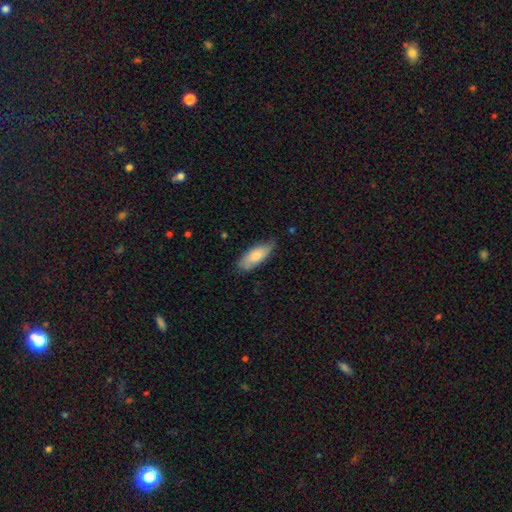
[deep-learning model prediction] A smooth galaxy with no disk features (79%) that is in between round and cigar-shaped (76%).

Vote fractions:
- Smooth or featured? smooth: 79% / featured or disk: 15% / star or artifact: 5%
- How rounded? in between: 76% / cigar-shaped: 22% / round: 2%
- Merging? none: 68% / minor disturbance: 27% / major disturbance: 4% / merger: 1%